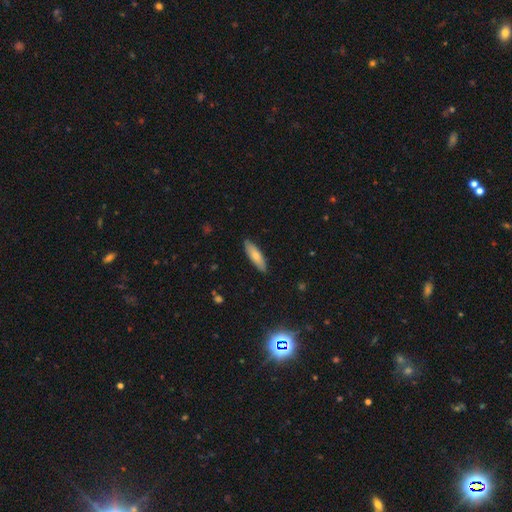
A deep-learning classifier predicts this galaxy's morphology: Smooth or featured? Predicted: smooth (p=0.73). How rounded? Predicted: cigar-shaped (p=0.57). Merging? Predicted: none (p=0.88).